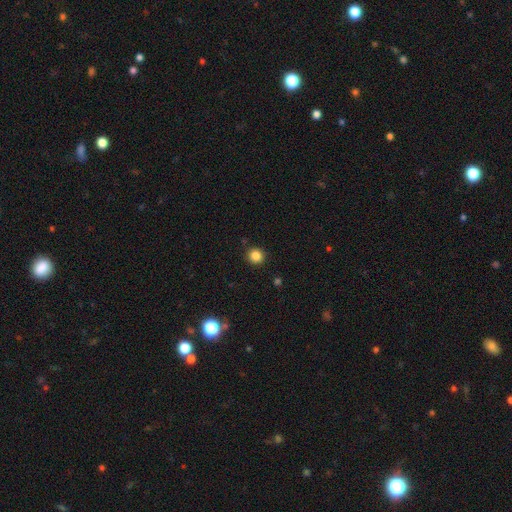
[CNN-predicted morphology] Q: Smooth or featured?
A: smooth (84%); runner-up: star or artifact (12%)
Q: How rounded?
A: round (92%); runner-up: in between (7%)
Q: Merging?
A: none (90%); runner-up: minor disturbance (6%)